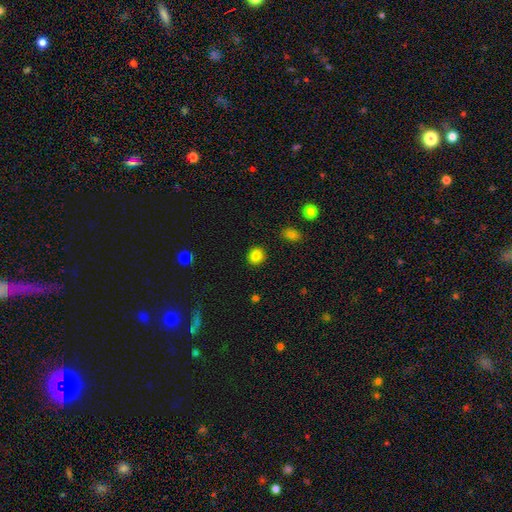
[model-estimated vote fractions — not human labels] smooth_or_featured: smooth (p=0.85) [alt: star or artifact p=0.10]
how_rounded: round (p=0.81) [alt: in between p=0.18]
merging: none (p=0.90) [alt: minor disturbance p=0.06]